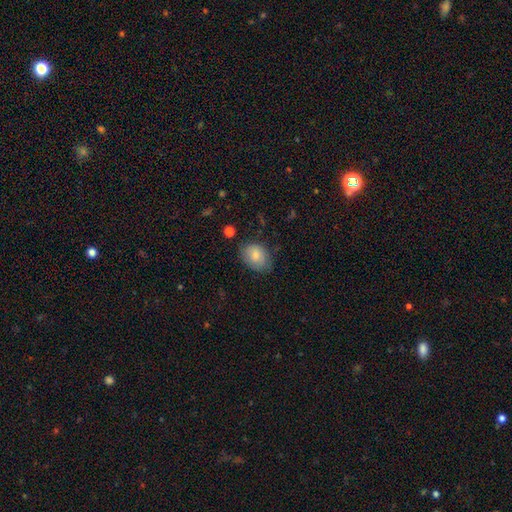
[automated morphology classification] Smooth or featured: smooth — 79% (featured or disk — 14%)
How rounded: in between — 70% (round — 29%)
Merging: none — 72% (minor disturbance — 21%)